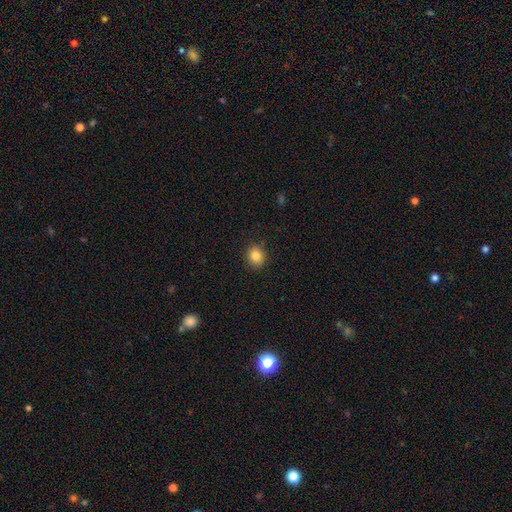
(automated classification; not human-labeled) A smooth galaxy with no disk features (84%) that is round (76%). Merging: none (89%).